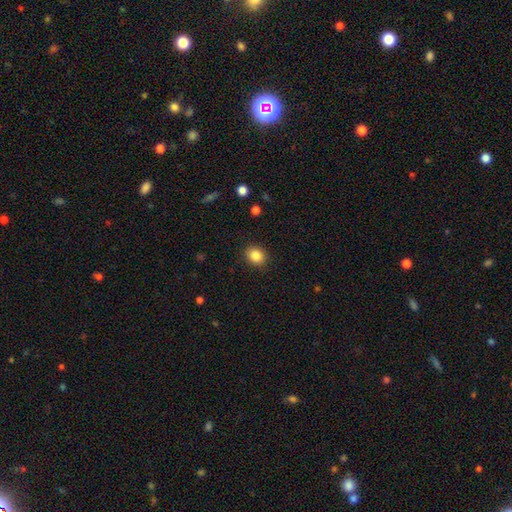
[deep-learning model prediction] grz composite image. It shows a smooth galaxy with no disk features (85%) that is round (61%). Merging: none (90%).